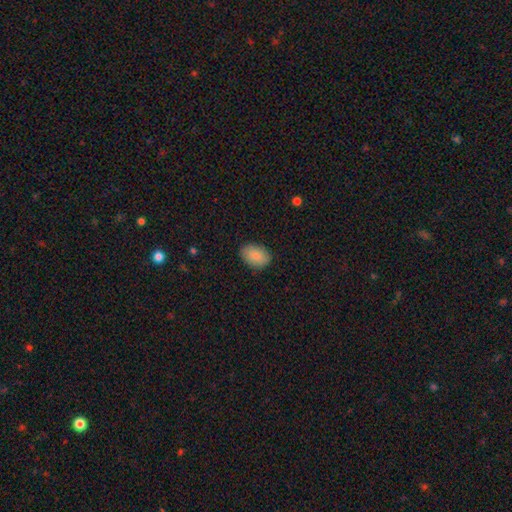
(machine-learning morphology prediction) Smooth or featured?
  - smooth: 86% *
  - featured or disk: 7%
  - star or artifact: 7%
How rounded?
  - in between: 84% *
  - round: 14%
  - cigar-shaped: 1%
Merging?
  - none: 87% *
  - minor disturbance: 10%
  - major disturbance: 2%
  - merger: 1%